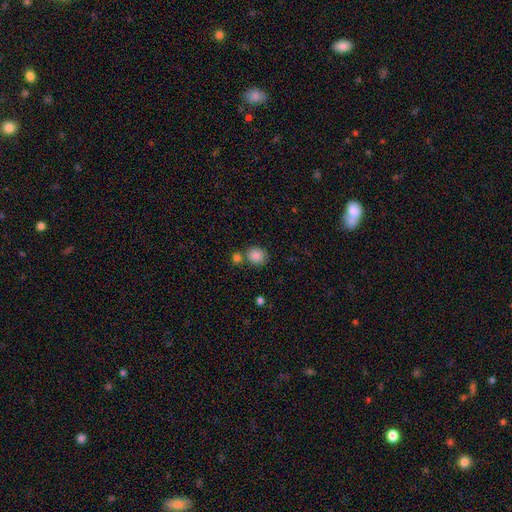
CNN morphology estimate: Smooth or featured? smooth (87%)
How rounded? round (82%)
Merging? none (68%)